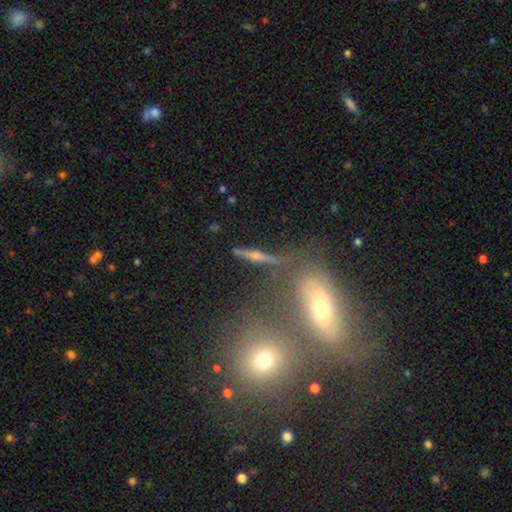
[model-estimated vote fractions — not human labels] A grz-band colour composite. It shows a featured or disk galaxy (59%) viewed edge-on (88%) with a rounded central bulge (84%). Merging: none (71%).